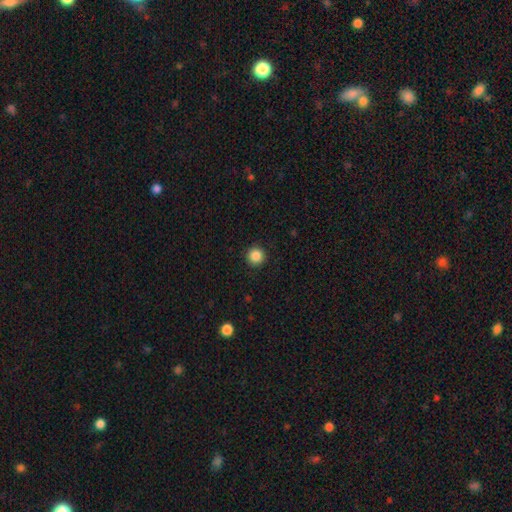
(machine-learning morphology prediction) type=smooth (87%); roundness=round (95%); merging=none (92%).